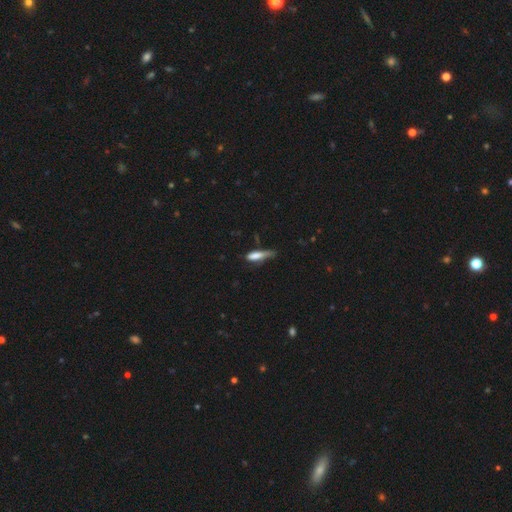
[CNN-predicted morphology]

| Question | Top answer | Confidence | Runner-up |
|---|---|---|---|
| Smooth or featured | smooth | 74% | featured or disk (19%) |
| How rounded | cigar-shaped | 68% | in between (30%) |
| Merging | minor disturbance | 40% | none (36%) |